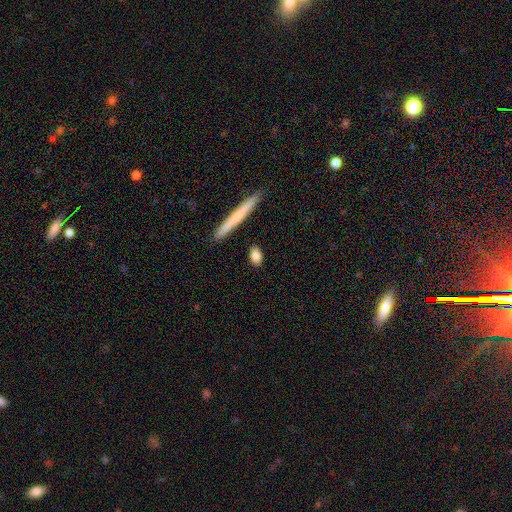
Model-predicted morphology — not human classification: type=smooth (83%); roundness=in between (74%); merging=none (86%).